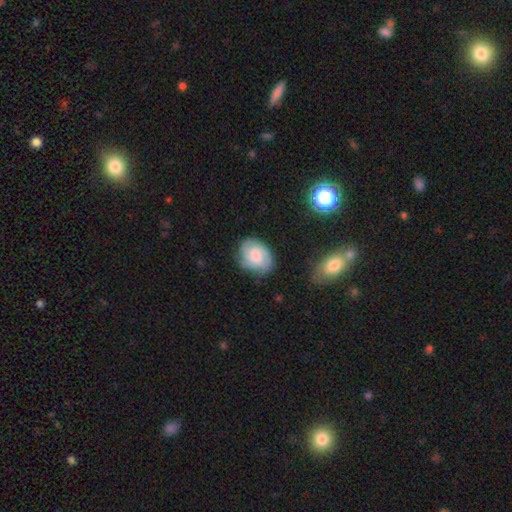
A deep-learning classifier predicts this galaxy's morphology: This is possibly a featured or disk galaxy (48%). Merging: likely none (70%).